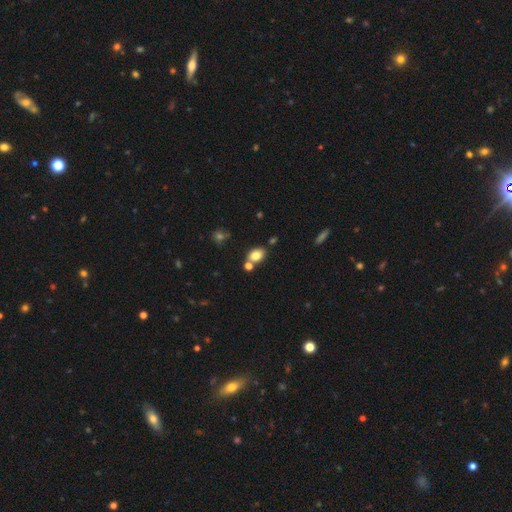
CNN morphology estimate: type=smooth (81%); roundness=in between (68%); merging=none (67%).